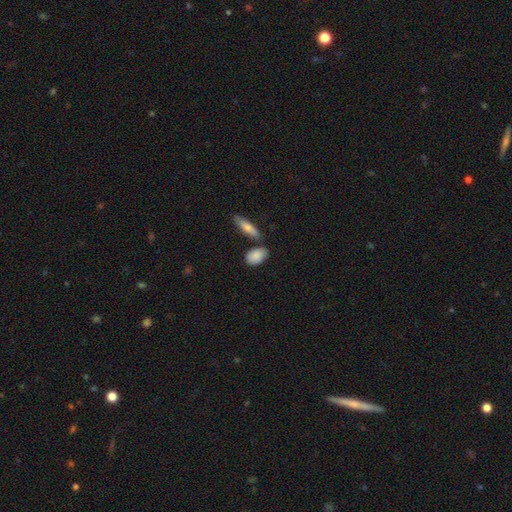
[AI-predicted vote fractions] A smooth galaxy with no disk features (86%) that is in between round and cigar-shaped (85%). Merging: none (66%).